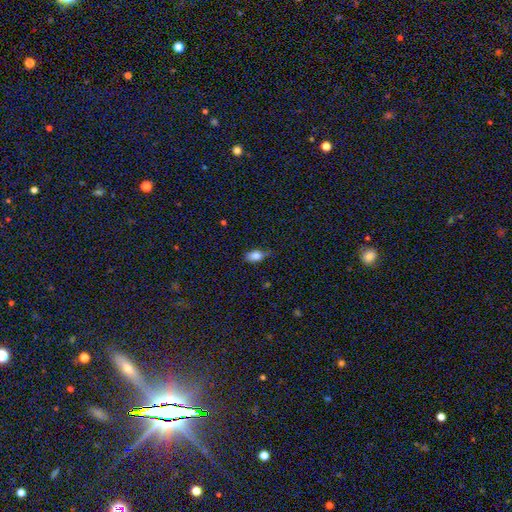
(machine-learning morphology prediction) Smooth or featured: smooth — 79% (featured or disk — 12%)
How rounded: in between — 85% (round — 8%)
Merging: none — 58% (minor disturbance — 32%)